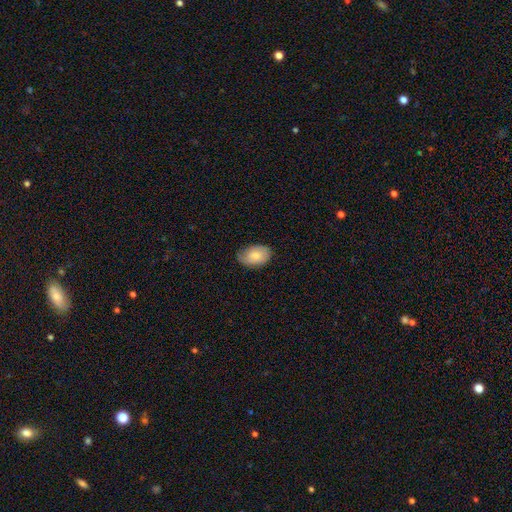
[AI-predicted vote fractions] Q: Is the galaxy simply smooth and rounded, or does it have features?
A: smooth — 76%.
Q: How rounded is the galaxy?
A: in between — 88%.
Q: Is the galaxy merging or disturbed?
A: none — 74%.